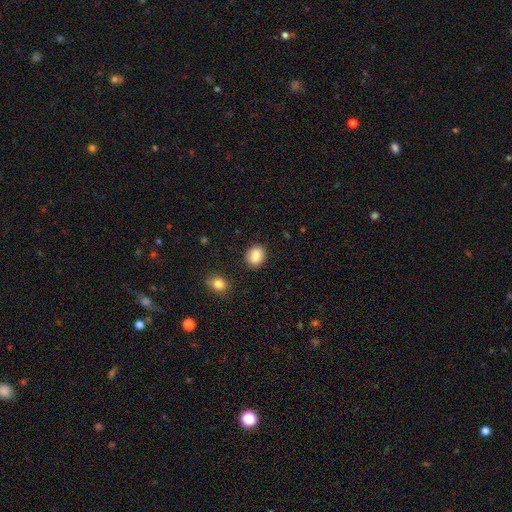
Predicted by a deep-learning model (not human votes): A smooth galaxy with no disk features (87%) that is round (57%). Merging: none (88%).